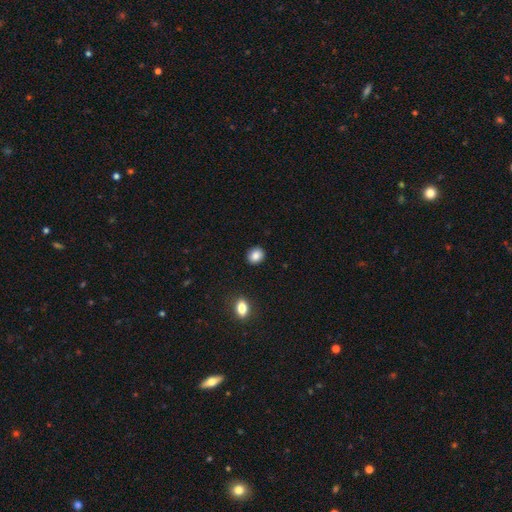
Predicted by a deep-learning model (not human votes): Morphology: type=smooth (87%); roundness=round (68%); merging=none (91%).